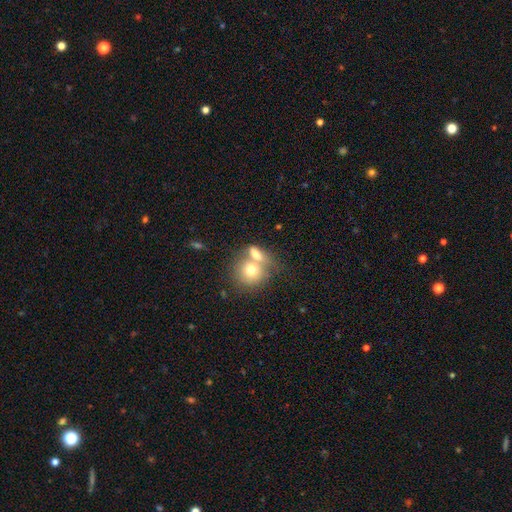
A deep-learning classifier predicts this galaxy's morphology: smooth 68%, featured or disk 22%, star or artifact 10%. Down the decision tree: how rounded — round (69%); merging — merger (55%).